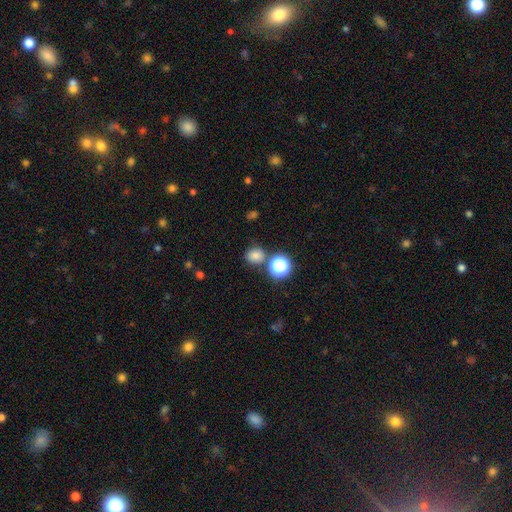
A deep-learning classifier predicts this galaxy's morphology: Smooth or featured?
  - smooth: 76% *
  - star or artifact: 18%
  - featured or disk: 6%
How rounded?
  - round: 72% *
  - in between: 27%
  - cigar-shaped: 1%
Merging?
  - none: 76% *
  - merger: 11%
  - minor disturbance: 10%
  - major disturbance: 3%